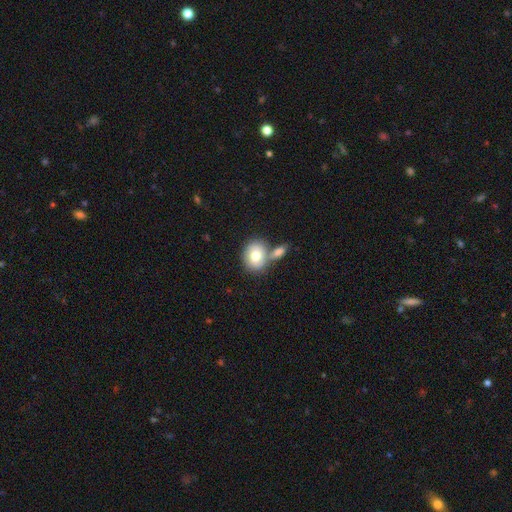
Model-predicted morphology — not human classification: A smooth galaxy with no disk features (74%) that is round (55%).

Vote fractions:
- Smooth or featured? smooth: 74% / featured or disk: 18% / star or artifact: 7%
- How rounded? round: 55% / in between: 44% / cigar-shaped: 1%
- Merging? none: 49% / merger: 36% / minor disturbance: 11% / major disturbance: 4%